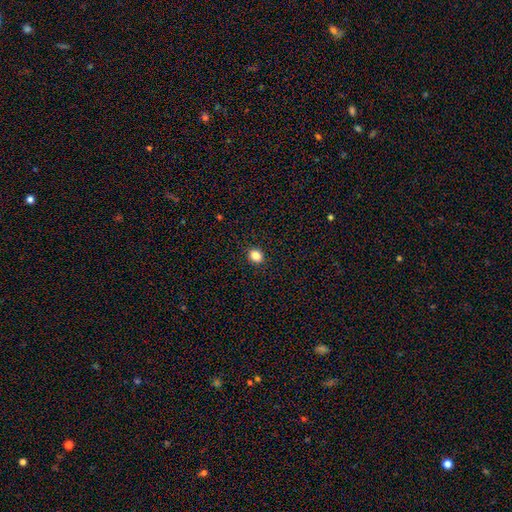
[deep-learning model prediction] Smooth or featured? smooth (85%)
How rounded? round (60%)
Merging? none (91%)